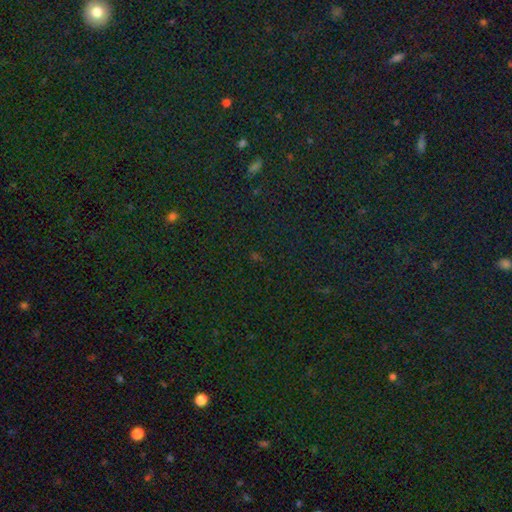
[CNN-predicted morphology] smooth-or-featured: star or artifact: 77% | smooth: 16% | featured or disk: 7%